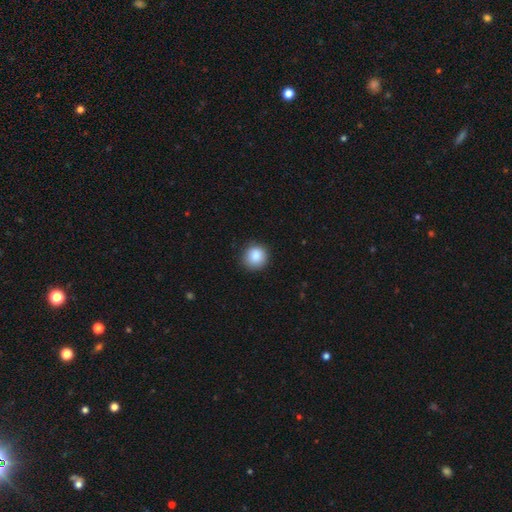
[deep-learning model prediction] A smooth galaxy with no disk features (87%) that is round (92%). Merging: none (87%).